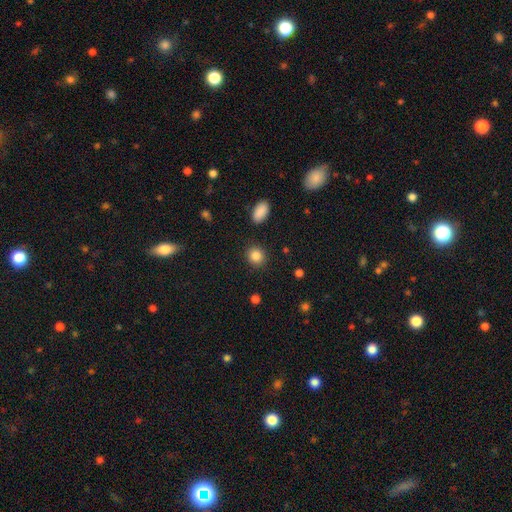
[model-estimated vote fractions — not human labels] smooth_or_featured: smooth (p=0.86) [alt: star or artifact p=0.10]
how_rounded: round (p=0.79) [alt: in between p=0.20]
merging: none (p=0.89) [alt: minor disturbance p=0.07]